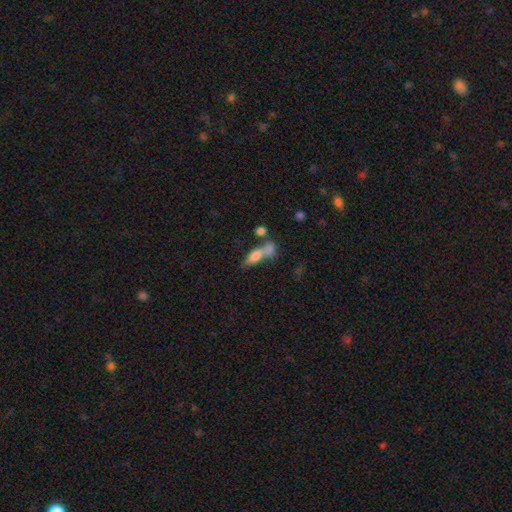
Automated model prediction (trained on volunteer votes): smooth-or-featured: smooth: 70% | featured or disk: 20% | star or artifact: 10%
  how-rounded: in between: 66% | cigar-shaped: 28% | round: 6%
  merging: merger: 50% | none: 32% | minor disturbance: 11% | major disturbance: 7%